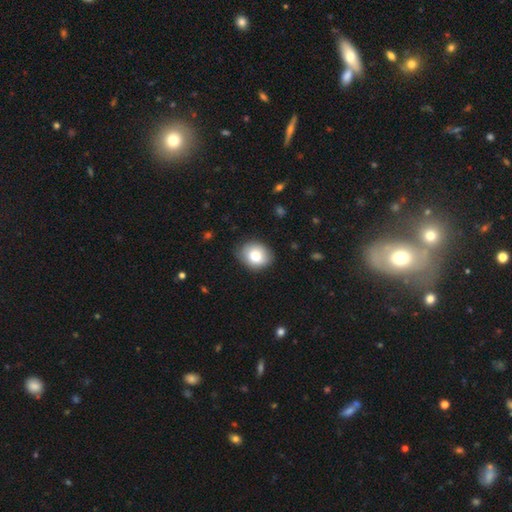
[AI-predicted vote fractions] Overall: smooth (79%). How rounded: round (53%; in between 46%). Merging: none (81%).